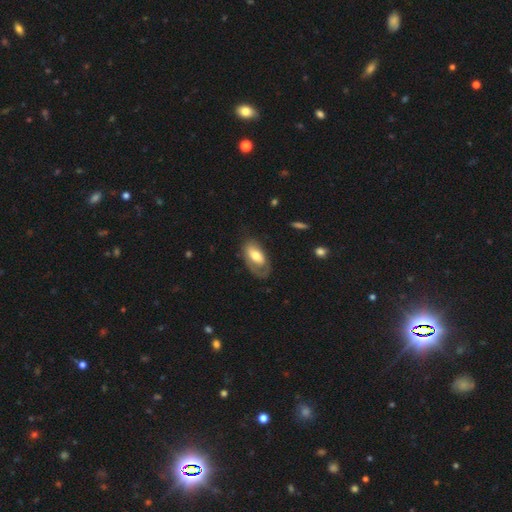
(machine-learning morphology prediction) smooth 51%, featured or disk 44%, star or artifact 6%. Down the decision tree: how rounded — in between (92%); merging — none (52%).